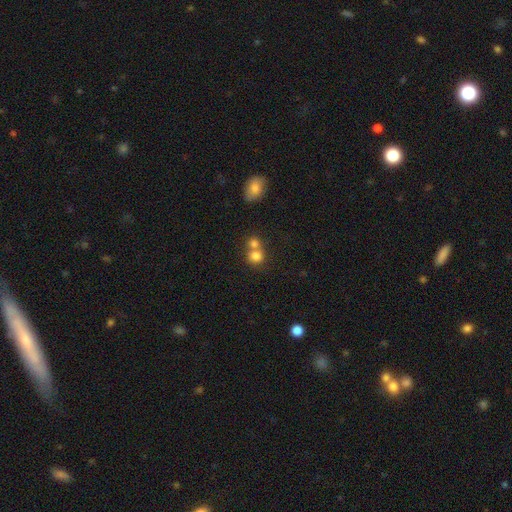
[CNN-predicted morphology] smooth_or_featured: smooth (p=0.79) [alt: star or artifact p=0.11]
how_rounded: round (p=0.80) [alt: in between p=0.19]
merging: merger (p=0.52) [alt: none p=0.38]